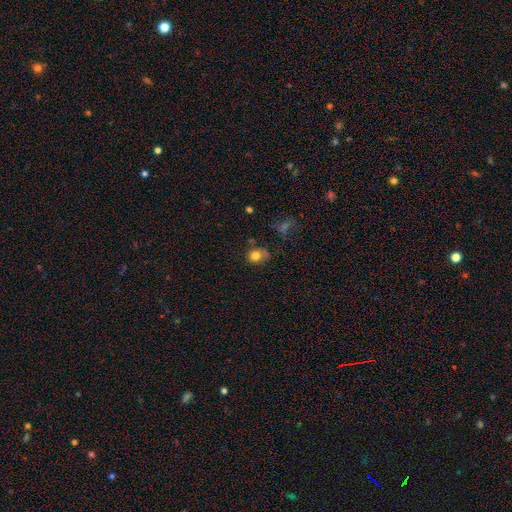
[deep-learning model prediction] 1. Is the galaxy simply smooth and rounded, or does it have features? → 79% smooth, 12% star or artifact, 9% featured or disk.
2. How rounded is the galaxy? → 71% round, 28% in between, 1% cigar-shaped.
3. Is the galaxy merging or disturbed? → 56% none, 28% minor disturbance, 10% major disturbance, 6% merger.